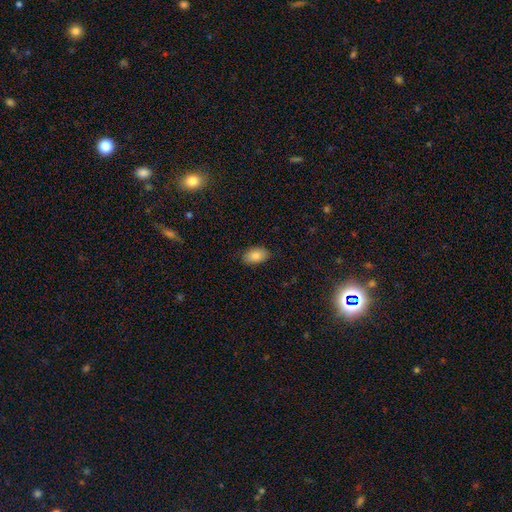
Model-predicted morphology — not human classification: Smooth or featured? smooth (86%)
How rounded? in between (92%)
Merging? none (85%)